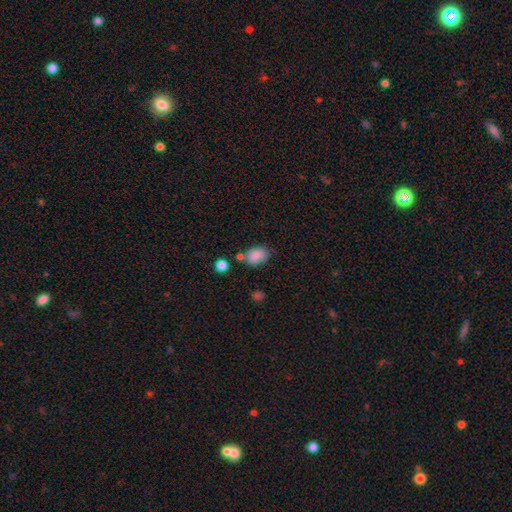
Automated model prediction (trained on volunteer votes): Morphology: type=smooth (86%); roundness=in between (82%); merging=none (65%).